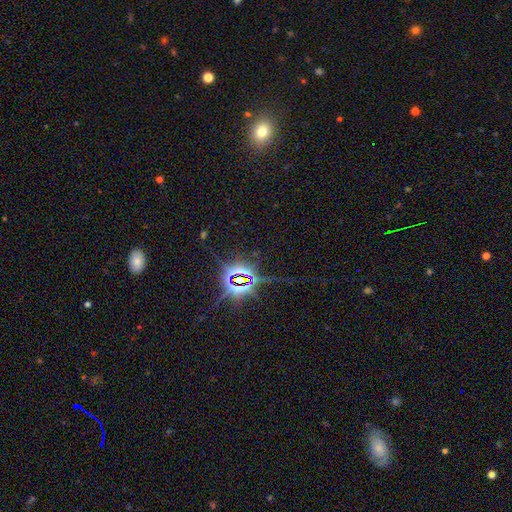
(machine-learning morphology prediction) type=star or artifact (83%).